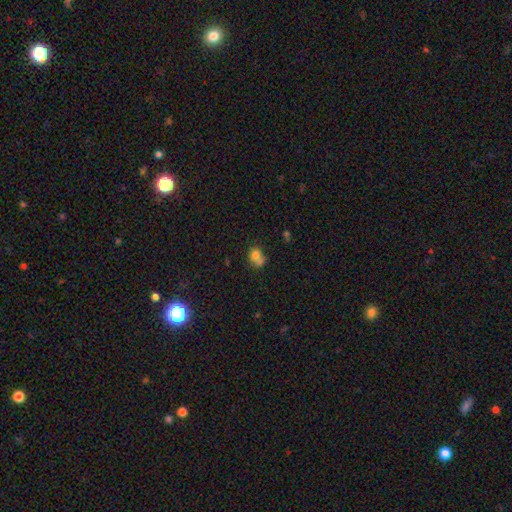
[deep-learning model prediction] Smooth or featured? Predicted: smooth (p=0.74). How rounded? Predicted: round (p=0.65). Merging? Predicted: merger (p=0.46).